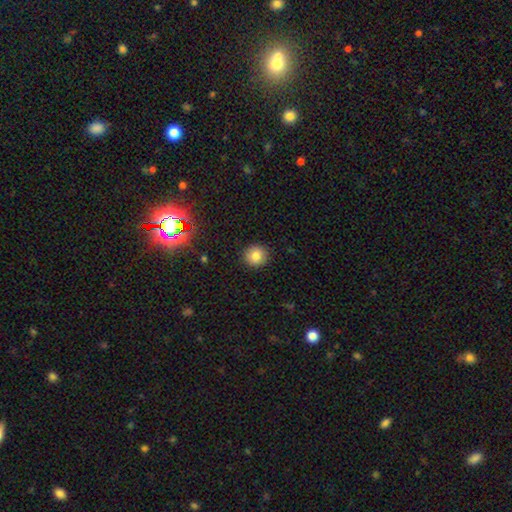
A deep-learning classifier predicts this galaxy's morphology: Smooth or featured?
  - smooth: 83% *
  - star or artifact: 12%
  - featured or disk: 6%
How rounded?
  - round: 92% *
  - in between: 7%
  - cigar-shaped: 1%
Merging?
  - none: 91% *
  - minor disturbance: 6%
  - major disturbance: 2%
  - merger: 1%